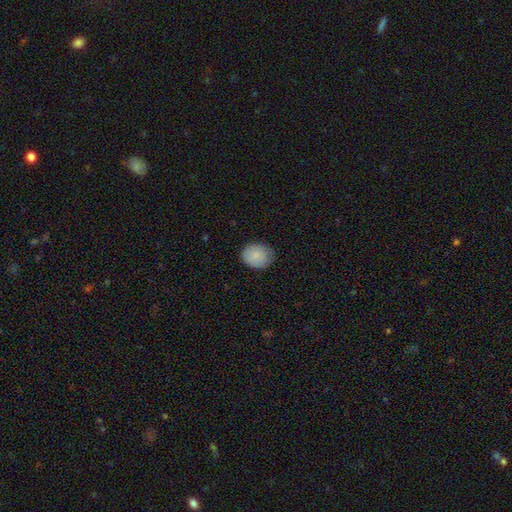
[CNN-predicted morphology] Q: Smooth or featured?
A: smooth (87%); runner-up: star or artifact (7%)
Q: How rounded?
A: round (57%); runner-up: in between (43%)
Q: Merging?
A: none (78%); runner-up: minor disturbance (18%)